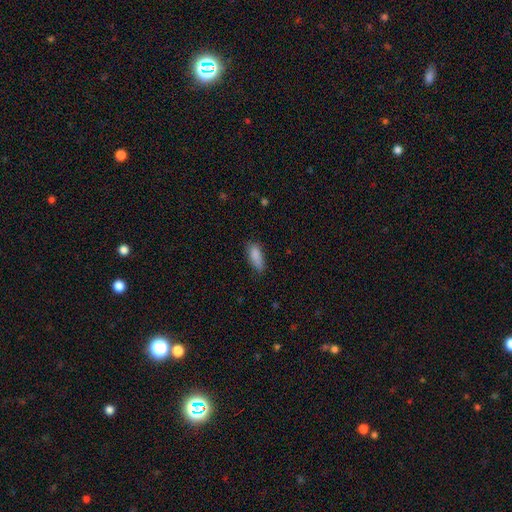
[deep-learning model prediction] smooth_or_featured: smooth (p=0.86) [alt: star or artifact p=0.07]
how_rounded: in between (p=0.73) [alt: cigar-shaped p=0.25]
merging: none (p=0.72) [alt: minor disturbance p=0.22]